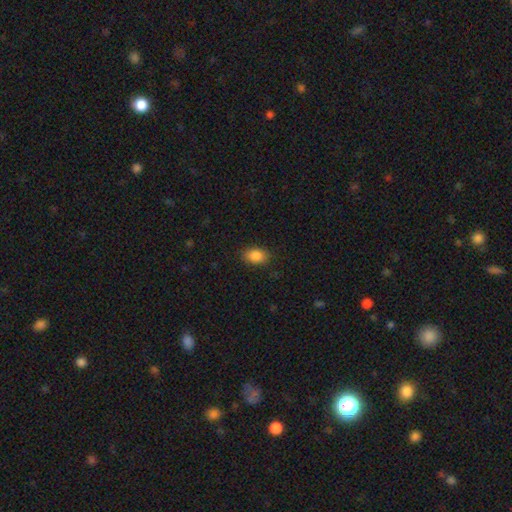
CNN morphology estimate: Smooth or featured?
  - smooth: 87% *
  - star or artifact: 8%
  - featured or disk: 4%
How rounded?
  - in between: 84% *
  - round: 15%
  - cigar-shaped: 1%
Merging?
  - none: 86% *
  - minor disturbance: 10%
  - major disturbance: 3%
  - merger: 1%